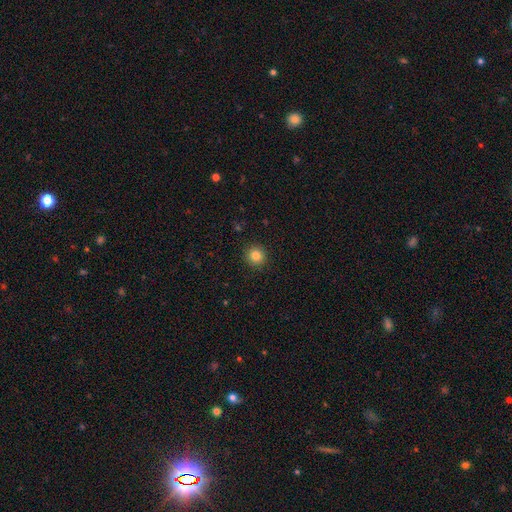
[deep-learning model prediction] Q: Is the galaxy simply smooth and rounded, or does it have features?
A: smooth — 83%.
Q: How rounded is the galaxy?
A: round — 94%.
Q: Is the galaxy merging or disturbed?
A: none — 92%.